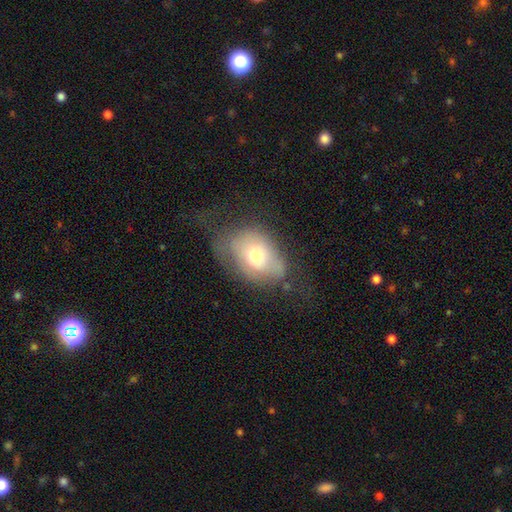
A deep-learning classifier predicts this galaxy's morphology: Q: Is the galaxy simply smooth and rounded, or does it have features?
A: smooth — 62%.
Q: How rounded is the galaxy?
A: in between — 78%.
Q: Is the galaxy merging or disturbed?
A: none — 35%.